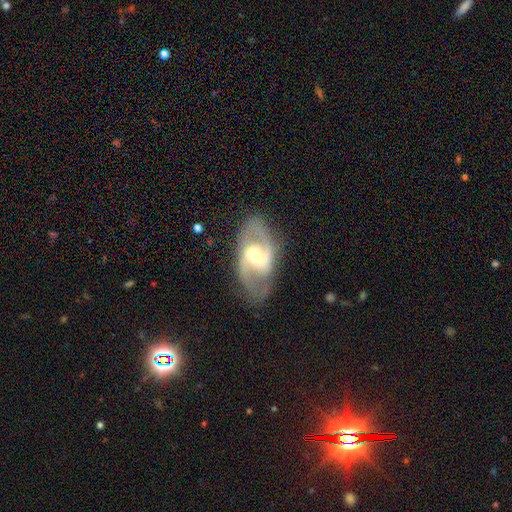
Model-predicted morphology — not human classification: featured or disk 86%, smooth 9%, star or artifact 5%. Down the decision tree: edge-on disk — no (96%); bar — weak (50%); spiral arms — yes (94%); spiral arm count — 2 (90%); spiral winding — medium (56%); bulge size — moderate (55%); merging — none (79%).